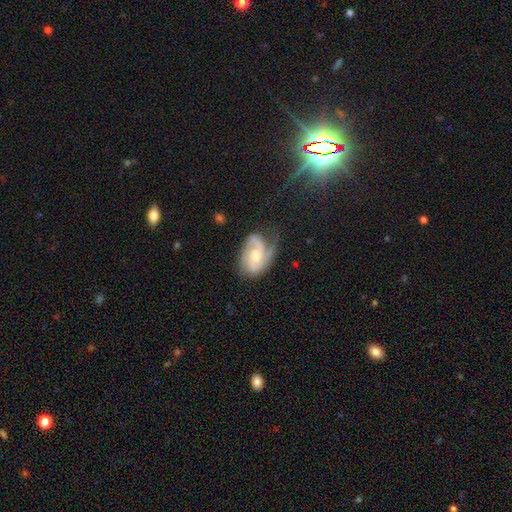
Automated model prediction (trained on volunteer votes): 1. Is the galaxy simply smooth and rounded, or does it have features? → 76% featured or disk, 19% smooth, 6% star or artifact.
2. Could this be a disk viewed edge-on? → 97% no, 3% yes.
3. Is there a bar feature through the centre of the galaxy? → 55% no, 37% weak, 7% strong.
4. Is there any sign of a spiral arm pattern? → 92% yes, 8% no.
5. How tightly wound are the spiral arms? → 44% medium, 37% tight, 19% loose.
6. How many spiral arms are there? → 56% 2, 20% 1, 14% can't tell, 7% 3, 2% 4, 2% more than 4.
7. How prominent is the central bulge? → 60% moderate, 26% small, 9% large, 3% none, 1% dominant.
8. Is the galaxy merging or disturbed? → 50% none, 29% minor disturbance, 19% major disturbance, 2% merger.